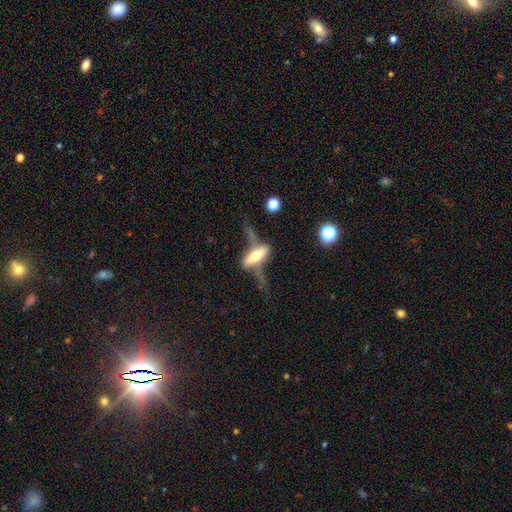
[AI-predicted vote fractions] Smooth or featured? Predicted: featured or disk (p=0.69). Edge-on disk? Predicted: yes (p=0.72). Merging? Predicted: none (p=0.43).